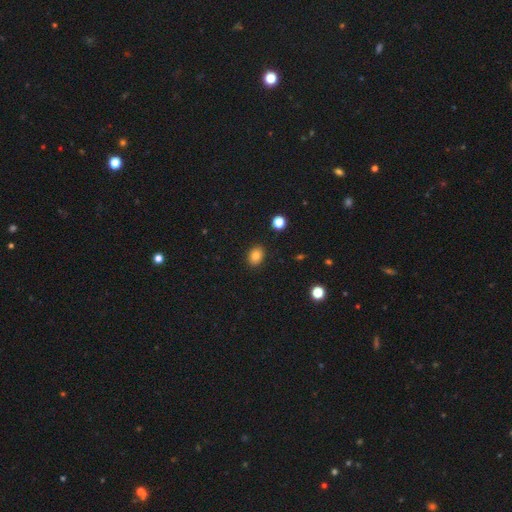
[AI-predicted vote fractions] A smooth galaxy with no disk features (82%) that is in between round and cigar-shaped (60%). Merging: none (89%).